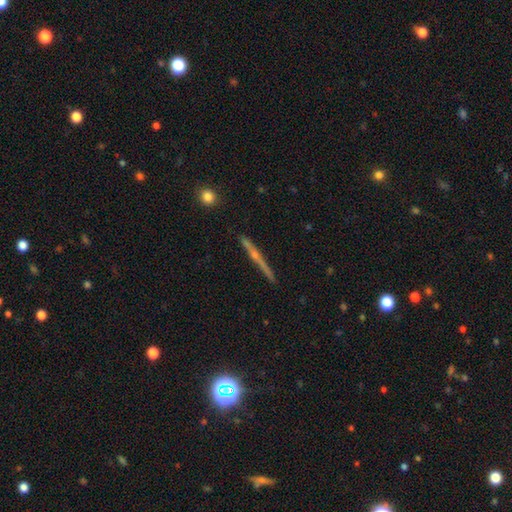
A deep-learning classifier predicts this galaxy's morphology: Smooth or featured? Predicted: featured or disk (p=0.73). Edge-on disk? Predicted: yes (p=0.98). Edge-on bulge? Predicted: rounded (p=0.63). Merging? Predicted: none (p=0.88).